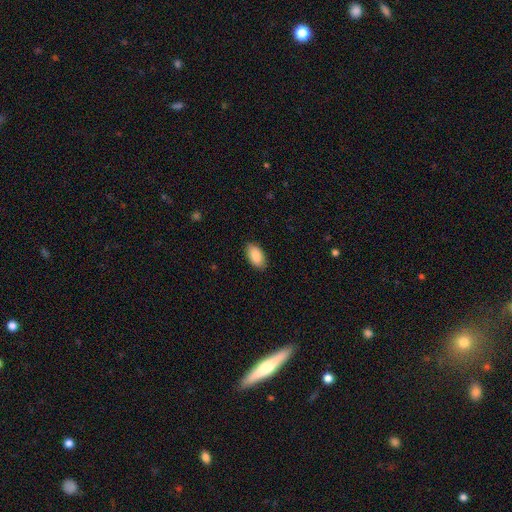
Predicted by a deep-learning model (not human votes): This is clearly a smooth galaxy (89%). How rounded: clearly in between (95%). Merging: clearly none (88%).